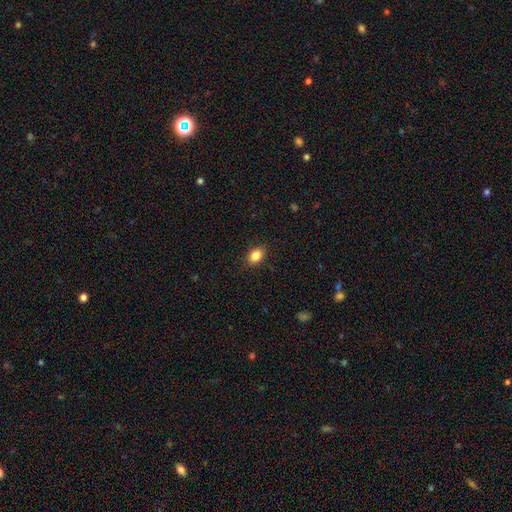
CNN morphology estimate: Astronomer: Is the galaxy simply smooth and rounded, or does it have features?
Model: smooth — 85%.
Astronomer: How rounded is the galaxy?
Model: in between — 72%.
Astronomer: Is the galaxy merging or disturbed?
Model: none — 87%.